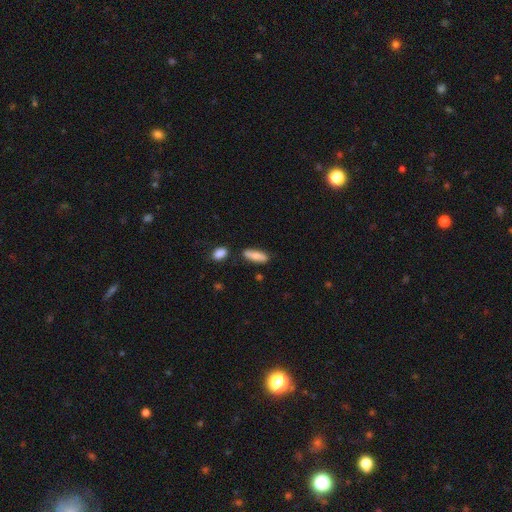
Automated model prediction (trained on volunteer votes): A smooth galaxy with no disk features (76%) that is in between round and cigar-shaped (62%). Merging: none (76%).